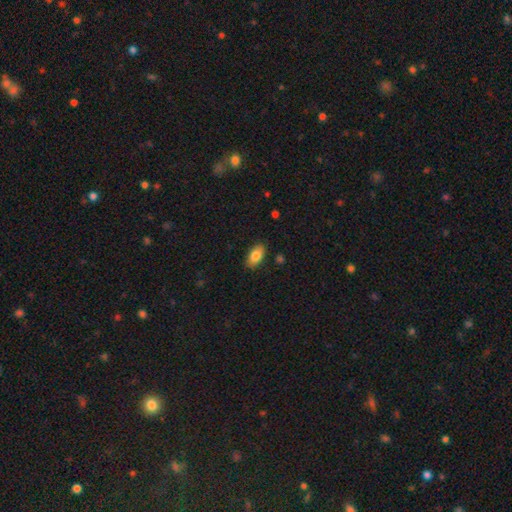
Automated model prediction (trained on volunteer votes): Overall: smooth (85%). How rounded: in between (93%). Merging: none (86%).